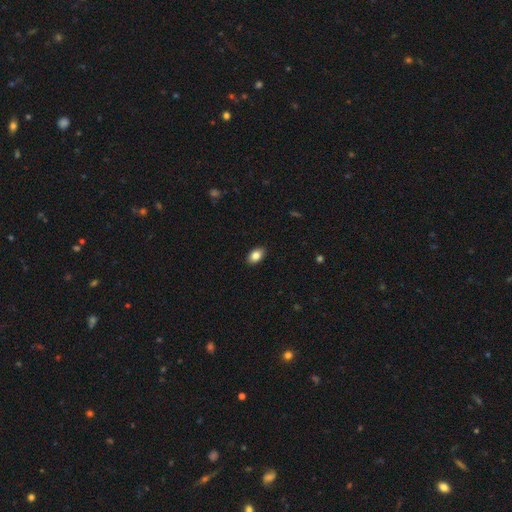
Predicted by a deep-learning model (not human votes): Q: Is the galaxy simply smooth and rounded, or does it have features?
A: smooth — 84%.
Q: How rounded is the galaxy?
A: in between — 89%.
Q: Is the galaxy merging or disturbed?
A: none — 89%.